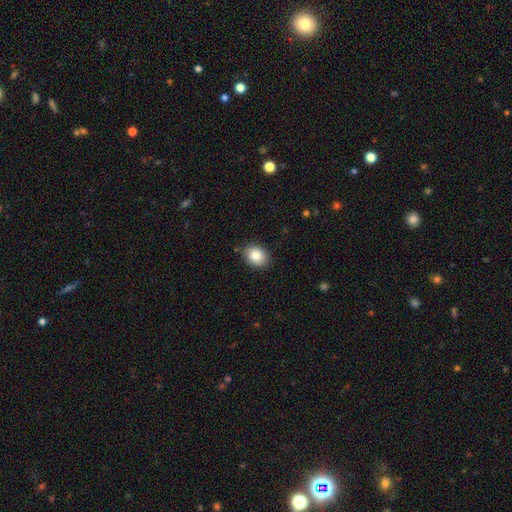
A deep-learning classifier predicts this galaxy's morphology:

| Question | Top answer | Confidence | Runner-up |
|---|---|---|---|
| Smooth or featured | smooth | 84% | star or artifact (8%) |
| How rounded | in between | 64% | round (35%) |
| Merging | none | 87% | minor disturbance (9%) |